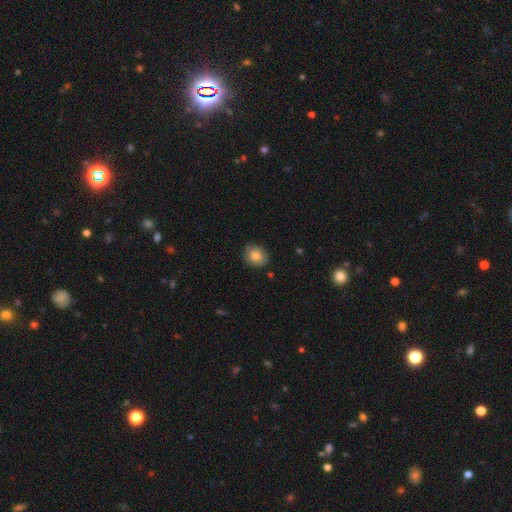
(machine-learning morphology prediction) A smooth galaxy with no disk features (82%) that is round (64%).

Vote fractions:
- Smooth or featured? smooth: 82% / featured or disk: 10% / star or artifact: 8%
- How rounded? round: 64% / in between: 35% / cigar-shaped: 1%
- Merging? none: 83% / minor disturbance: 14% / major disturbance: 2% / merger: 1%